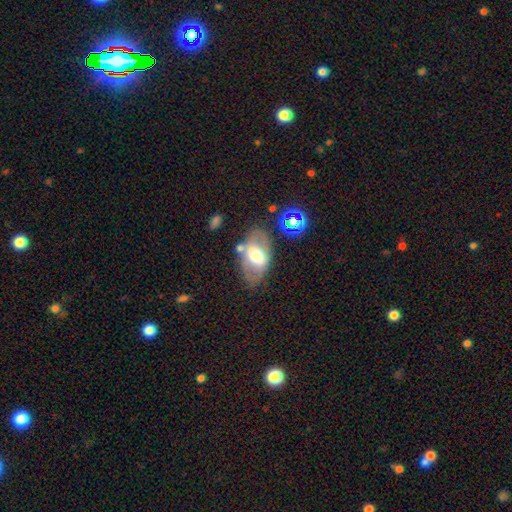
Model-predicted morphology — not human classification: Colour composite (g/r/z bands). It shows a smooth galaxy with no disk features (49%). Merging: none (64%).